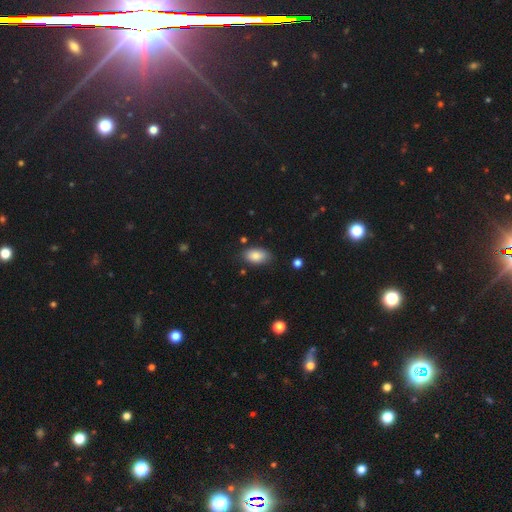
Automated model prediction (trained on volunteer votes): smooth-or-featured: smooth: 85% | star or artifact: 8% | featured or disk: 8%
  how-rounded: in between: 93% | round: 5% | cigar-shaped: 2%
  merging: none: 79% | minor disturbance: 16% | major disturbance: 3% | merger: 2%